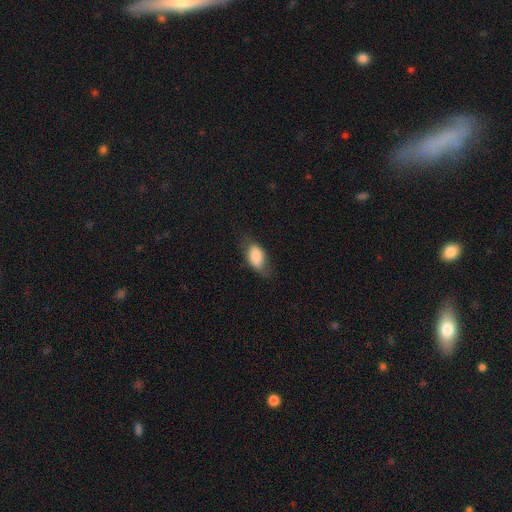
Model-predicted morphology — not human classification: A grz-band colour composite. It shows a smooth galaxy with no disk features (83%) that is in between round and cigar-shaped (91%). Merging: none (60%).